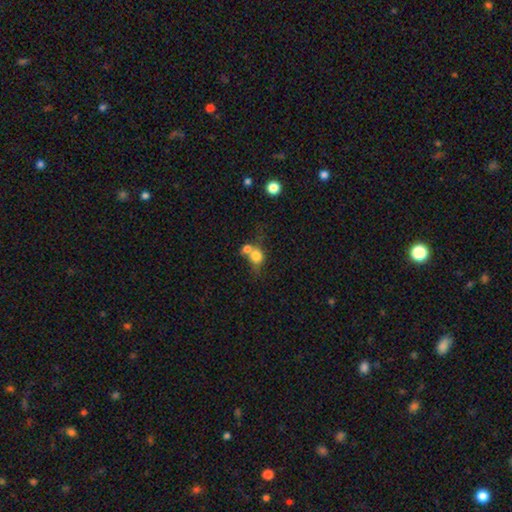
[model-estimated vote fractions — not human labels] This is likely a smooth galaxy (75%). How rounded: likely round (71%). Merging: possibly merger (54%).